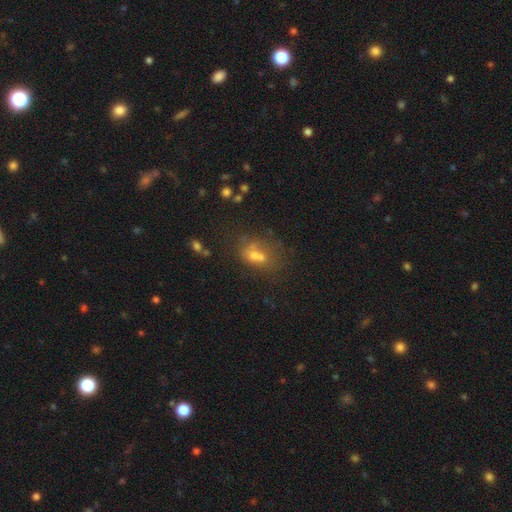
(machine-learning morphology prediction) Smooth or featured: smooth — 51% (featured or disk — 27%)
How rounded: in between — 65% (round — 31%)
Merging: merger — 42% (none — 33%)